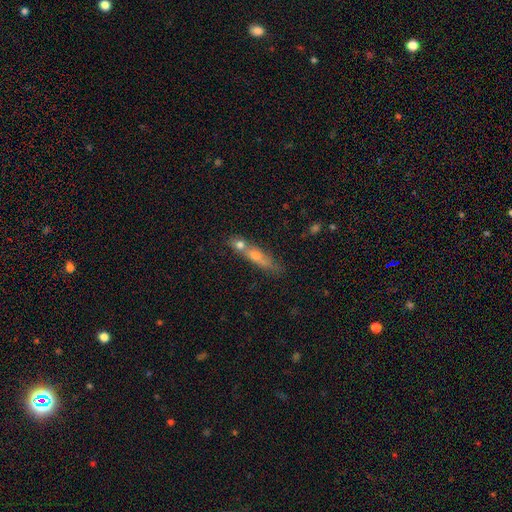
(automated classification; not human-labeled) Smooth or featured? Predicted: smooth (p=0.51). How rounded? Predicted: cigar-shaped (p=0.73). Merging? Predicted: none (p=0.45).